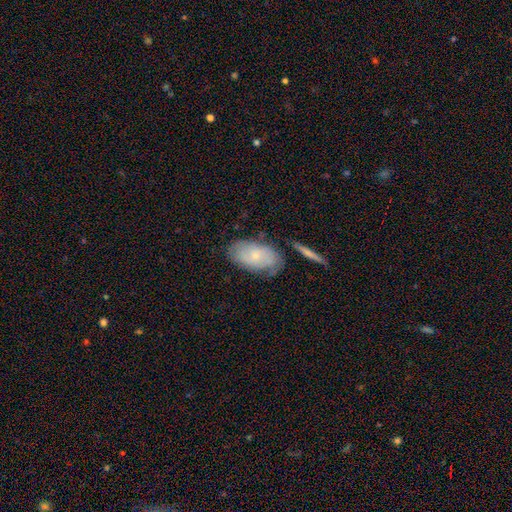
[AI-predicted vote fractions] Smooth or featured?
  - smooth: 56% *
  - featured or disk: 38%
  - star or artifact: 7%
How rounded?
  - in between: 92% *
  - round: 6%
  - cigar-shaped: 3%
Merging?
  - none: 63% *
  - minor disturbance: 22%
  - merger: 7%
  - major disturbance: 7%